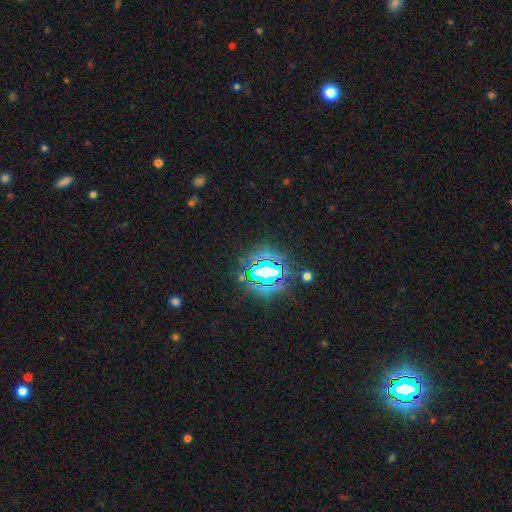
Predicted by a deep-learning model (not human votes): Q: Smooth or featured?
A: star or artifact (84%); runner-up: smooth (9%)